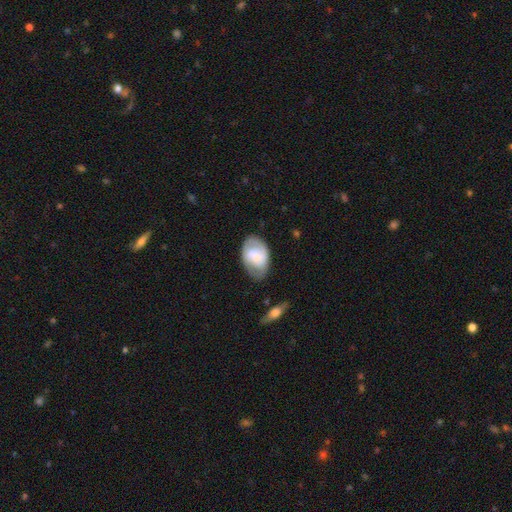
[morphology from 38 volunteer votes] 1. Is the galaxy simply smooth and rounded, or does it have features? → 58% smooth, 34% featured or disk, 8% star or artifact.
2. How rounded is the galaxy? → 86% in between, 14% round, 0% cigar-shaped.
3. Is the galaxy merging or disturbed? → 66% none, 20% minor disturbance, 11% major disturbance, 3% merger.